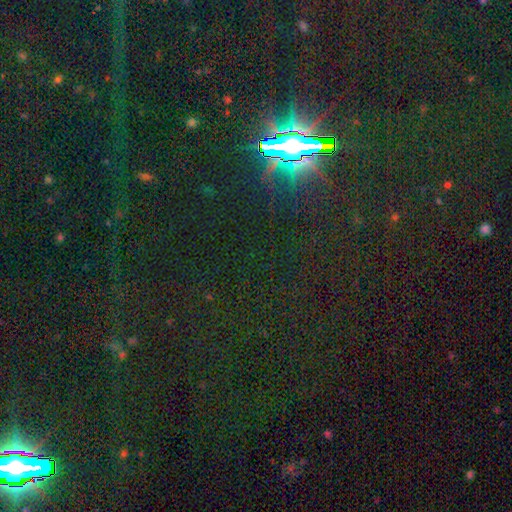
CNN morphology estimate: smooth-or-featured: star or artifact: 82% | smooth: 9% | featured or disk: 8%